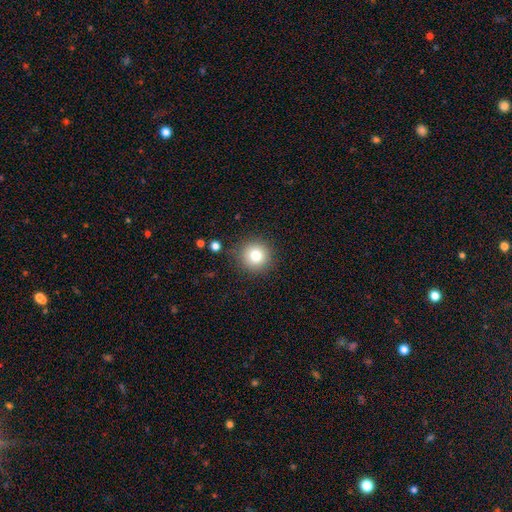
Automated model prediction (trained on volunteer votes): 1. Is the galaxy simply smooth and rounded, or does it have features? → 80% smooth, 12% star or artifact, 9% featured or disk.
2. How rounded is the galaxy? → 94% round, 5% in between, 1% cigar-shaped.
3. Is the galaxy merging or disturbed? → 88% none, 8% minor disturbance, 3% major disturbance, 2% merger.